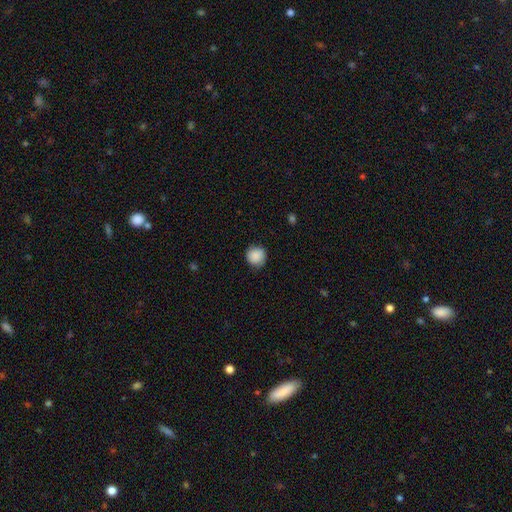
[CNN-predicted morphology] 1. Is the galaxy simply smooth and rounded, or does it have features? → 88% smooth, 8% star or artifact, 5% featured or disk.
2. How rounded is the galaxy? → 92% round, 7% in between, 1% cigar-shaped.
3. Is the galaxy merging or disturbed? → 82% none, 14% minor disturbance, 3% major disturbance, 1% merger.